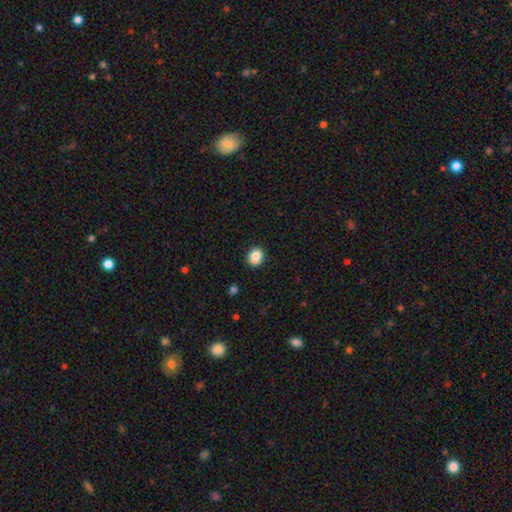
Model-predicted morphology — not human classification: Q: Smooth or featured?
A: smooth (82%); runner-up: star or artifact (10%)
Q: How rounded?
A: round (79%); runner-up: in between (20%)
Q: Merging?
A: none (79%); runner-up: minor disturbance (14%)